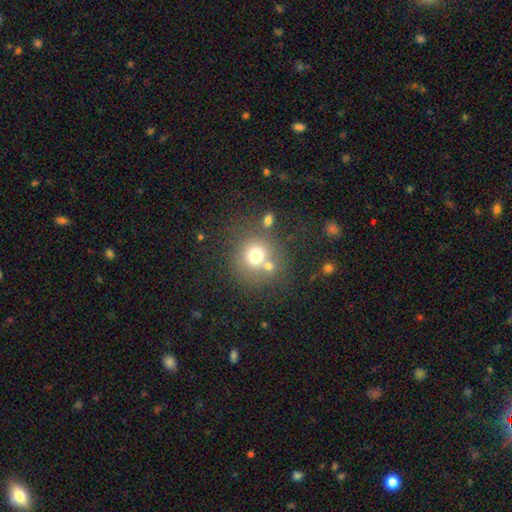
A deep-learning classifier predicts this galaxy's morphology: Smooth or featured? Predicted: smooth (p=0.70). How rounded? Predicted: round (p=0.88). Merging? Predicted: none (p=0.58).